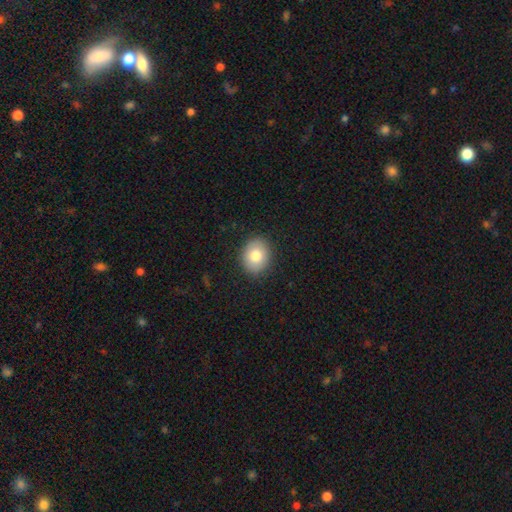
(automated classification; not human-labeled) A smooth galaxy with no disk features (80%) that is round (55%).

Vote fractions:
- Smooth or featured? smooth: 80% / featured or disk: 11% / star or artifact: 8%
- How rounded? round: 55% / in between: 45% / cigar-shaped: 1%
- Merging? none: 89% / minor disturbance: 8% / major disturbance: 2% / merger: 1%